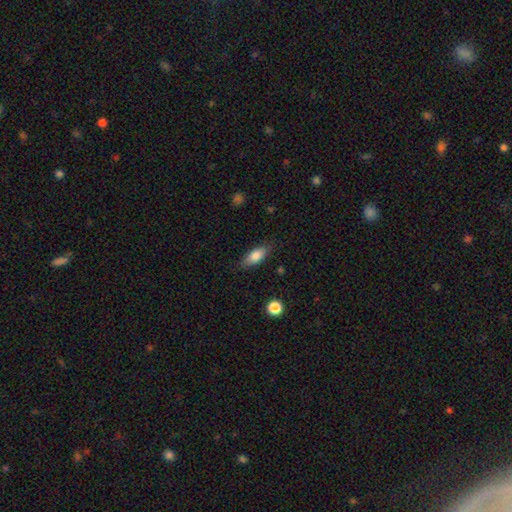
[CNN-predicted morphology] A smooth galaxy with no disk features (81%) that is in between round and cigar-shaped (79%).

Vote fractions:
- Smooth or featured? smooth: 81% / featured or disk: 12% / star or artifact: 7%
- How rounded? in between: 79% / cigar-shaped: 18% / round: 3%
- Merging? none: 82% / minor disturbance: 14% / major disturbance: 3% / merger: 1%